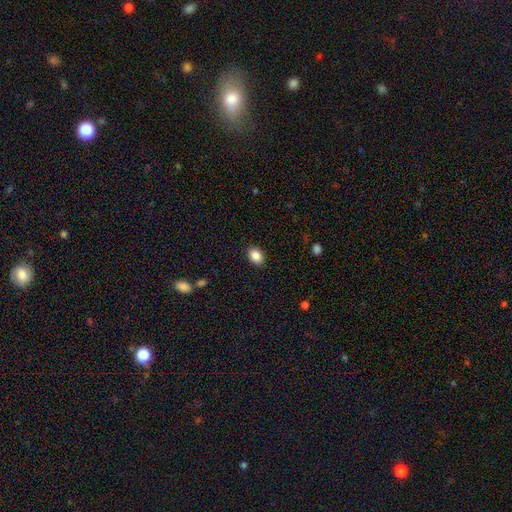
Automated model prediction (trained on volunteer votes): Smooth or featured? smooth (87%)
How rounded? in between (72%)
Merging? none (89%)